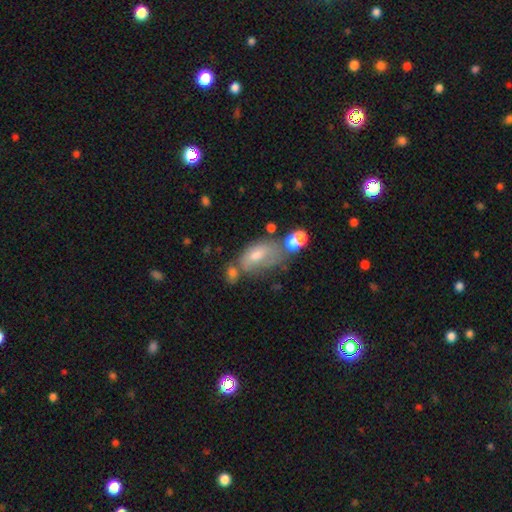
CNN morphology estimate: Q: Smooth or featured?
A: smooth (59%); runner-up: featured or disk (28%)
Q: How rounded?
A: in between (88%); runner-up: round (8%)
Q: Merging?
A: none (34%); runner-up: merger (26%)